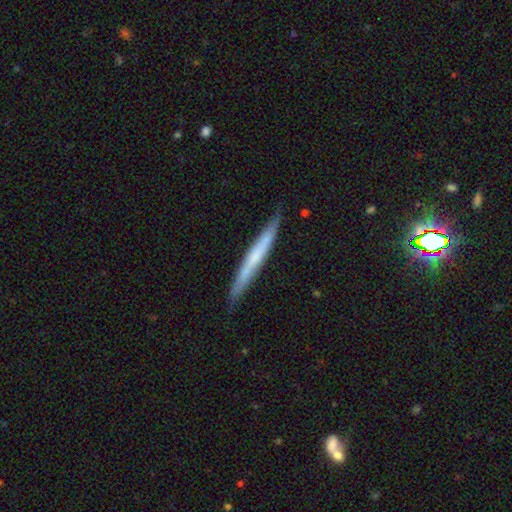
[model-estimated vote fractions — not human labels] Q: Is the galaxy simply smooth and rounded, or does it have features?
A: featured or disk — 48%.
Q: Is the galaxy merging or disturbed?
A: none — 85%.